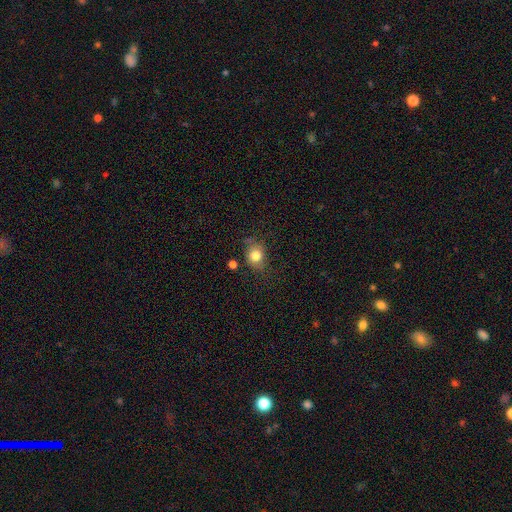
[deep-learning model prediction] This appears to be a smooth galaxy with no disk features (81%) that is round (62%). Merging: none (66%).